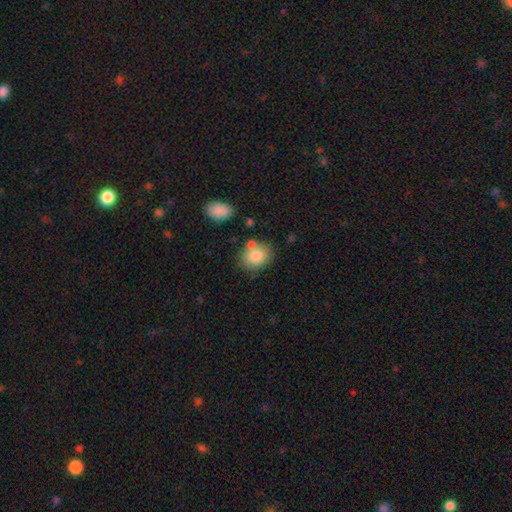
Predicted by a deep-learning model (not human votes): A smooth galaxy with no disk features (81%) that is in between round and cigar-shaped (55%).

Vote fractions:
- Smooth or featured? smooth: 81% / featured or disk: 10% / star or artifact: 8%
- How rounded? in between: 55% / round: 44% / cigar-shaped: 1%
- Merging? none: 64% / merger: 16% / minor disturbance: 15% / major disturbance: 4%